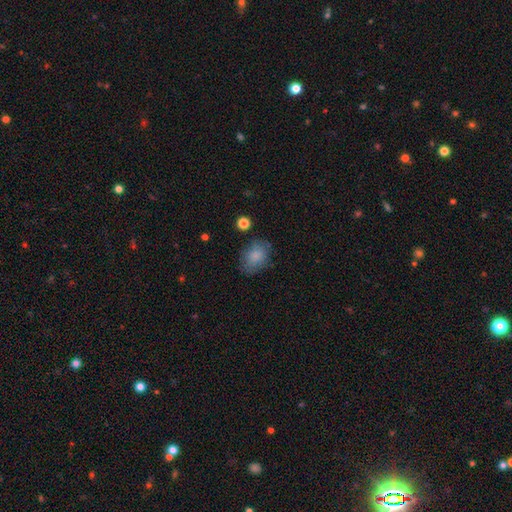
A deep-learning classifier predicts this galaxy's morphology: Smooth or featured? smooth (83%)
How rounded? in between (74%)
Merging? none (74%)